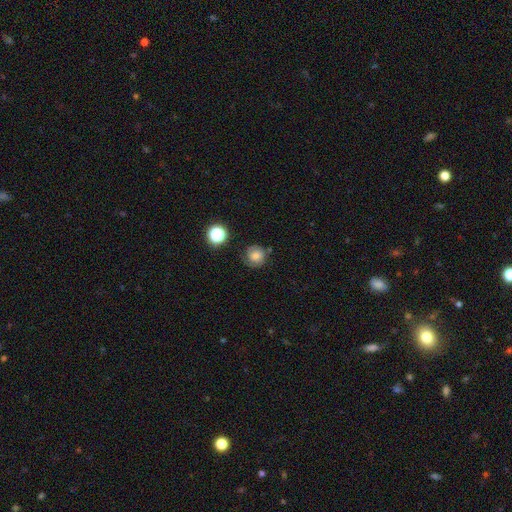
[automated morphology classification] Smooth or featured: smooth — 59% (featured or disk — 28%)
How rounded: round — 91% (in between — 8%)
Merging: none — 72% (minor disturbance — 18%)